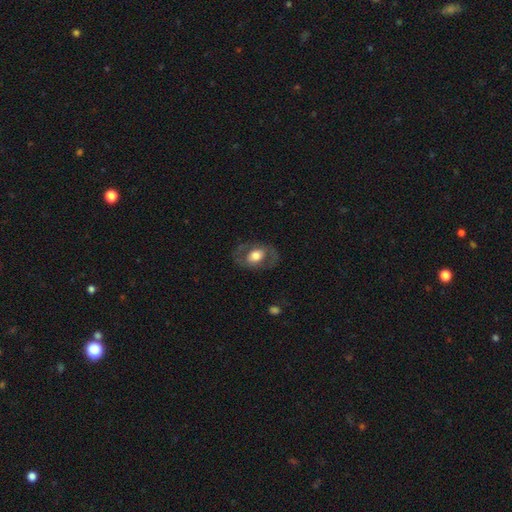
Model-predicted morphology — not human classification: smooth_or_featured: featured or disk (p=0.50) [alt: smooth p=0.44]
merging: none (p=0.75) [alt: minor disturbance p=0.14]